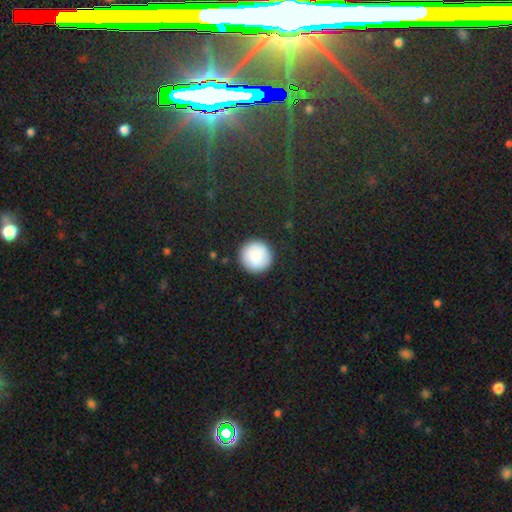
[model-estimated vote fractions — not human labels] Smooth or featured: smooth — 88% (star or artifact — 7%)
How rounded: round — 96% (in between — 3%)
Merging: none — 91% (minor disturbance — 6%)